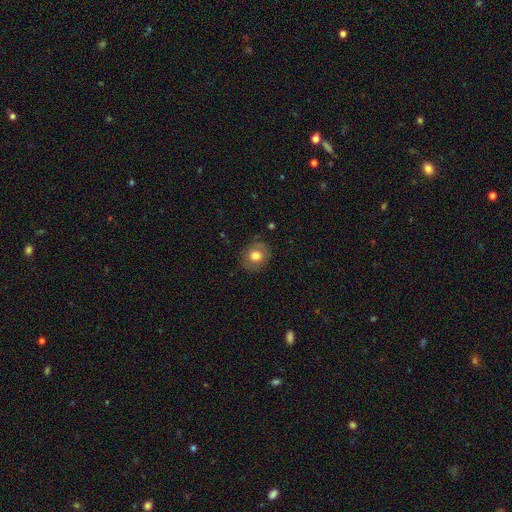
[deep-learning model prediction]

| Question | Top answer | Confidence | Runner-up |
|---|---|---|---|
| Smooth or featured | smooth | 76% | featured or disk (15%) |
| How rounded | round | 77% | in between (22%) |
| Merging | none | 83% | minor disturbance (12%) |